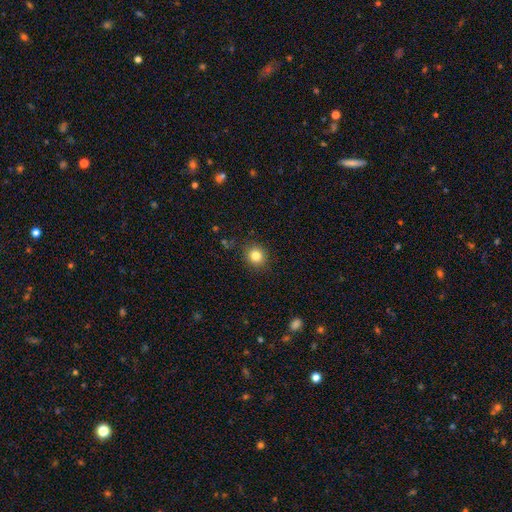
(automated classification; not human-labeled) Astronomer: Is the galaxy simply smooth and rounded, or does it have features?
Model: smooth — 82%.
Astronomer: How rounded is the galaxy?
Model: round — 86%.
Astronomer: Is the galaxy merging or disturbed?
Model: none — 88%.